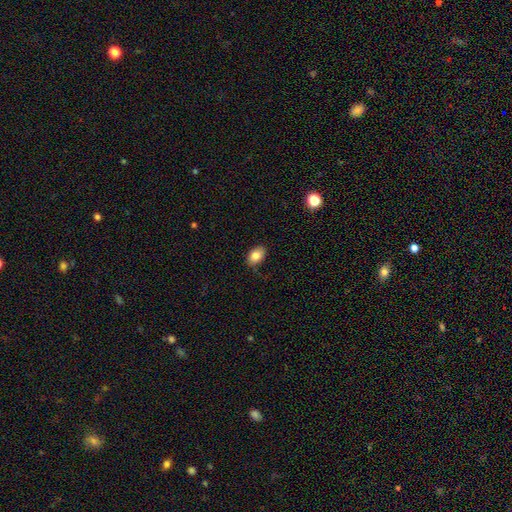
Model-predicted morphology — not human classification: smooth-or-featured: smooth: 83% | featured or disk: 8% | star or artifact: 8%
  how-rounded: in between: 86% | round: 13% | cigar-shaped: 1%
  merging: none: 81% | minor disturbance: 15% | major disturbance: 3% | merger: 1%